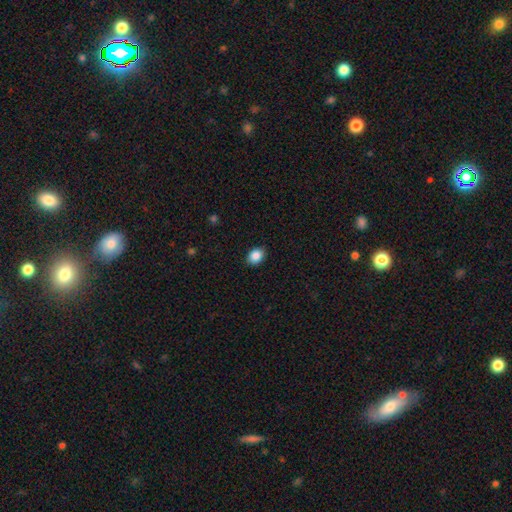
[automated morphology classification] type=smooth (88%); roundness=in between (67%); merging=none (89%).